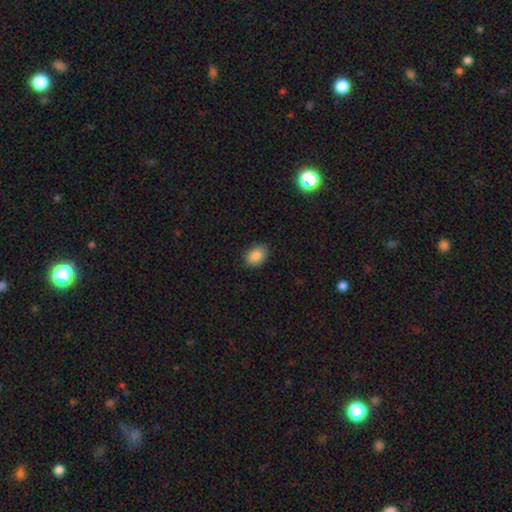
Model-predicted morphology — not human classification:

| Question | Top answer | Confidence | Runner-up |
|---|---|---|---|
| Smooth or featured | smooth | 87% | star or artifact (8%) |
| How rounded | in between | 78% | round (21%) |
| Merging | none | 85% | minor disturbance (12%) |